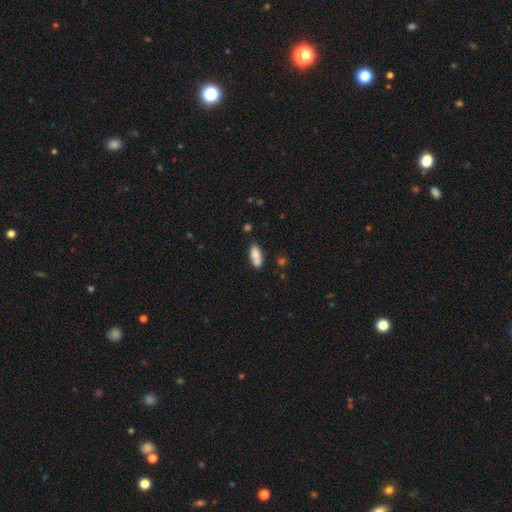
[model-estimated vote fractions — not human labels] A smooth galaxy with no disk features (73%) that is in between round and cigar-shaped (80%).

Vote fractions:
- Smooth or featured? smooth: 73% / featured or disk: 19% / star or artifact: 8%
- How rounded? in between: 80% / cigar-shaped: 16% / round: 4%
- Merging? none: 45% / merger: 35% / minor disturbance: 15% / major disturbance: 5%